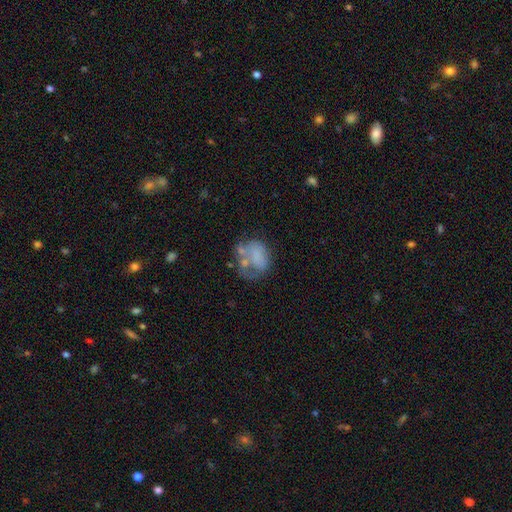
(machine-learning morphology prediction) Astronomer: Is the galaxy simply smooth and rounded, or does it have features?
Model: smooth — 52% (runner-up: featured or disk, 37%).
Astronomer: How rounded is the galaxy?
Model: in between — 58% (runner-up: round, 40%).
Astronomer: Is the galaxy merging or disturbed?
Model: major disturbance — 31%, tied with none at 31%.